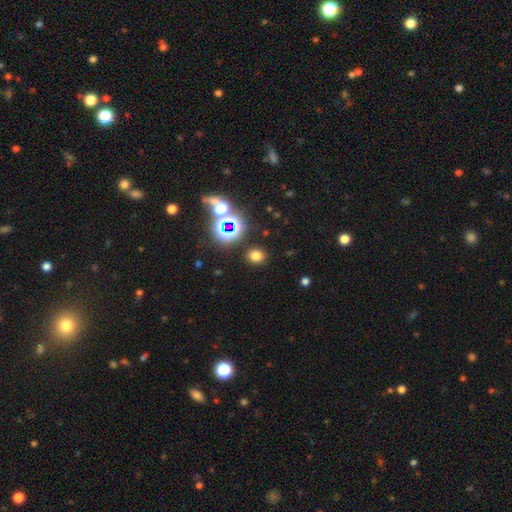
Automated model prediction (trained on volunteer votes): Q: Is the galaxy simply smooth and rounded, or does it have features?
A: smooth — 70%.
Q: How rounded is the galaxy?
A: round — 77%.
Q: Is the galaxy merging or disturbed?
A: none — 88%.